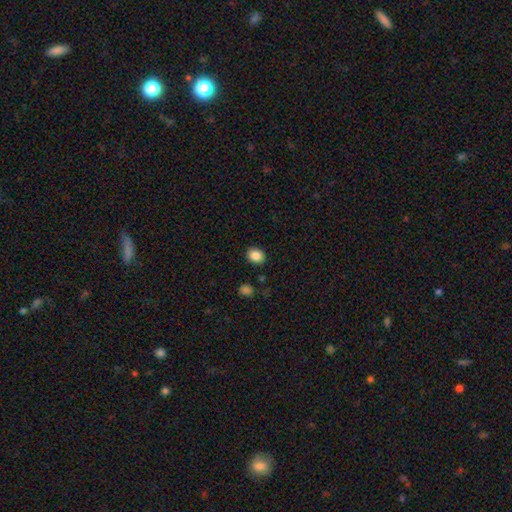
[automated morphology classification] smooth_or_featured: smooth (p=0.87) [alt: star or artifact p=0.09]
how_rounded: round (p=0.51) [alt: in between p=0.48]
merging: none (p=0.88) [alt: minor disturbance p=0.08]